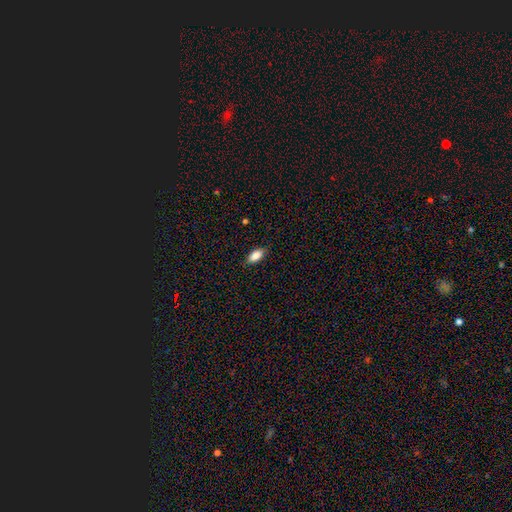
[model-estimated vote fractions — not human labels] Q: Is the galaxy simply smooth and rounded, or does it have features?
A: smooth — 87%.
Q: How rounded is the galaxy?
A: in between — 88%.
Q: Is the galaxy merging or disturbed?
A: none — 87%.